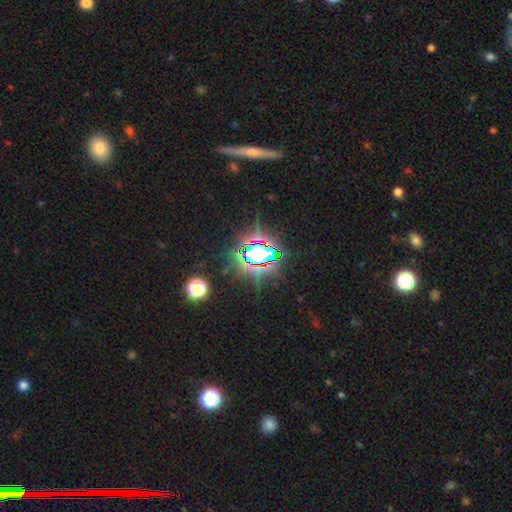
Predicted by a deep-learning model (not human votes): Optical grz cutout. It shows a star or artifact, not a galaxy (77%).